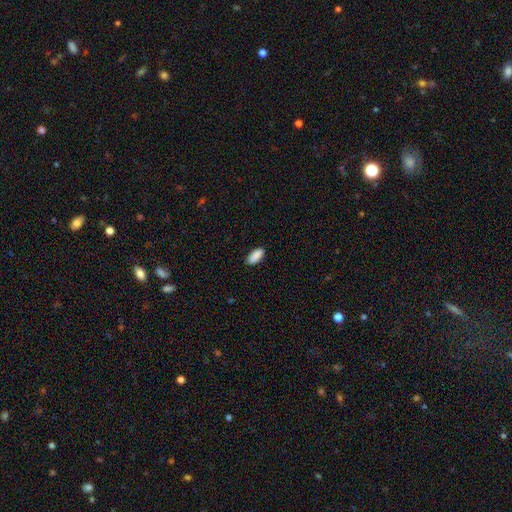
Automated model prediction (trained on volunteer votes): This is clearly a smooth galaxy (90%). How rounded: clearly in between (86%). Merging: clearly none (87%).